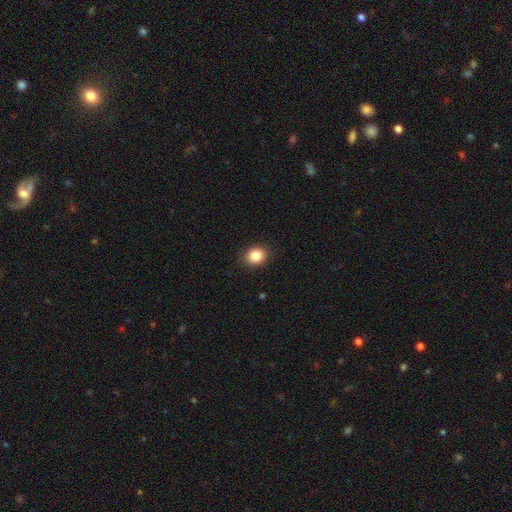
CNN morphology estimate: smooth_or_featured: smooth (p=0.85) [alt: star or artifact p=0.10]
how_rounded: round (p=0.68) [alt: in between p=0.31]
merging: none (p=0.90) [alt: minor disturbance p=0.07]